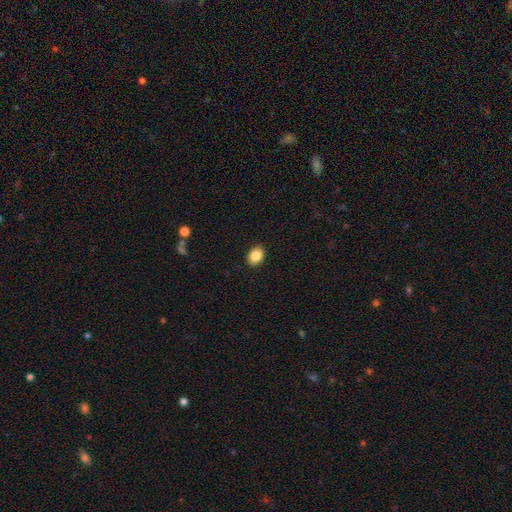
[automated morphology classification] smooth-or-featured: smooth: 87% | star or artifact: 8% | featured or disk: 5%
  how-rounded: in between: 75% | round: 24% | cigar-shaped: 1%
  merging: none: 90% | minor disturbance: 7% | major disturbance: 2% | merger: 1%